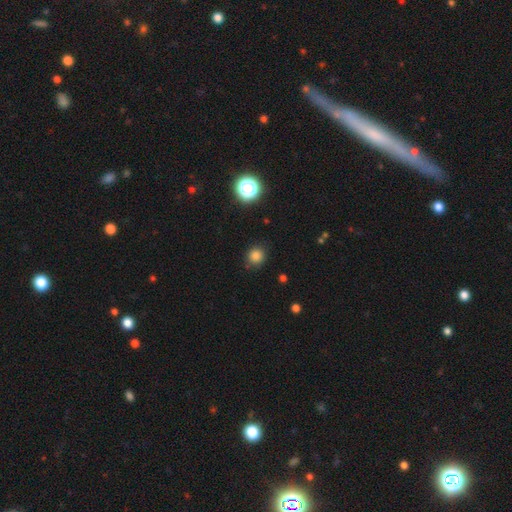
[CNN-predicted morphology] Q: Smooth or featured?
A: smooth (80%); runner-up: star or artifact (15%)
Q: How rounded?
A: round (90%); runner-up: in between (9%)
Q: Merging?
A: none (86%); runner-up: minor disturbance (10%)